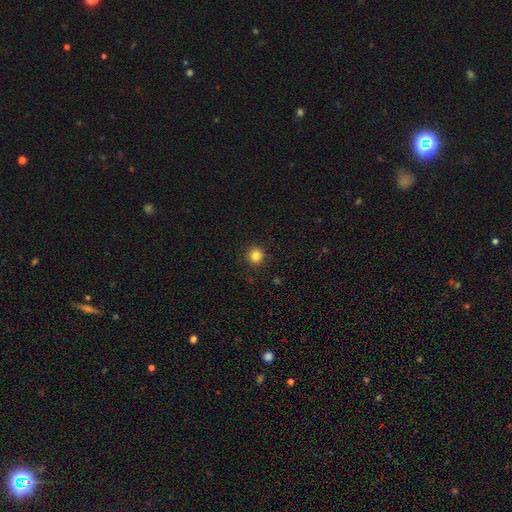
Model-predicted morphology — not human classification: Q: Smooth or featured?
A: smooth (84%); runner-up: star or artifact (12%)
Q: How rounded?
A: round (93%); runner-up: in between (6%)
Q: Merging?
A: none (92%); runner-up: minor disturbance (5%)